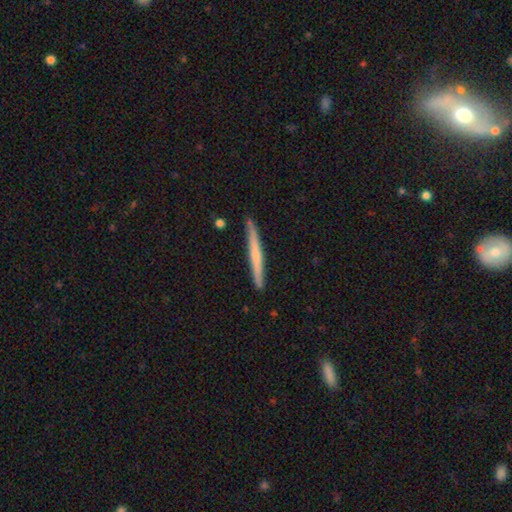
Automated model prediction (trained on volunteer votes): smooth_or_featured: smooth (p=0.49) [alt: featured or disk p=0.46]
merging: none (p=0.89) [alt: minor disturbance p=0.08]